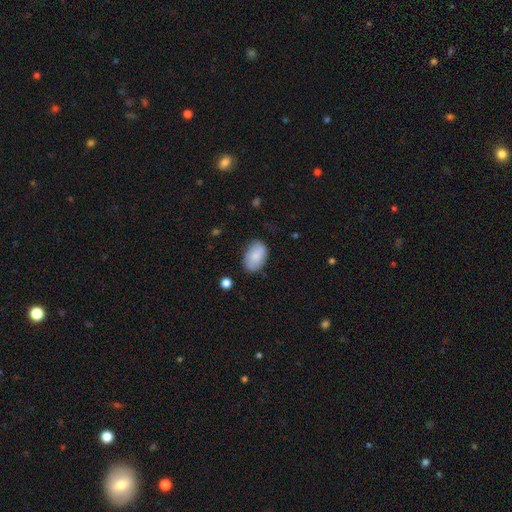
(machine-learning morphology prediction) type=smooth (83%); roundness=in between (90%); merging=none (77%).